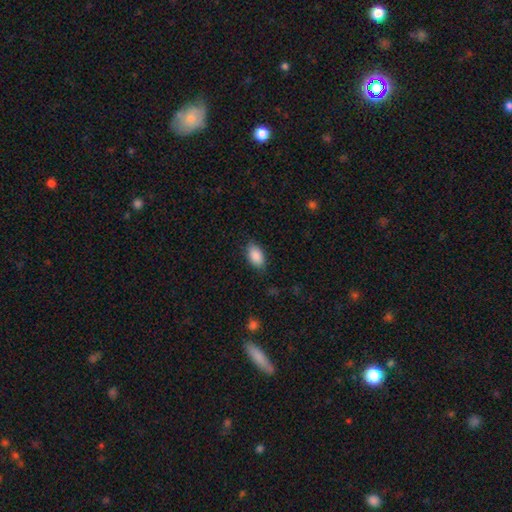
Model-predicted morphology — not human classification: This appears to be a smooth galaxy with no disk features (89%) that is in between round and cigar-shaped (93%). Merging: none (83%).